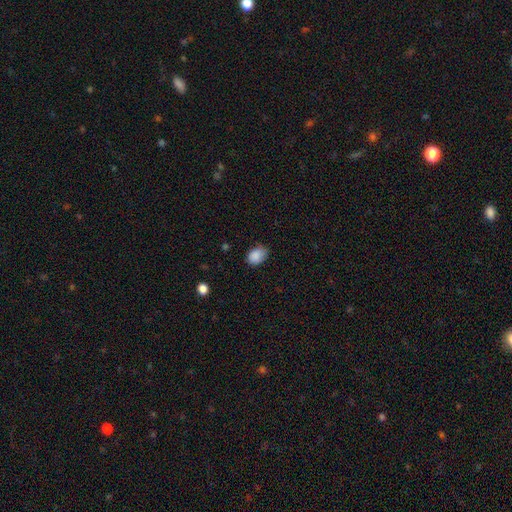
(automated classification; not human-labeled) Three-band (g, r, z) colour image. It shows a smooth galaxy with no disk features (87%) that is in between round and cigar-shaped (74%). Merging: none (66%).